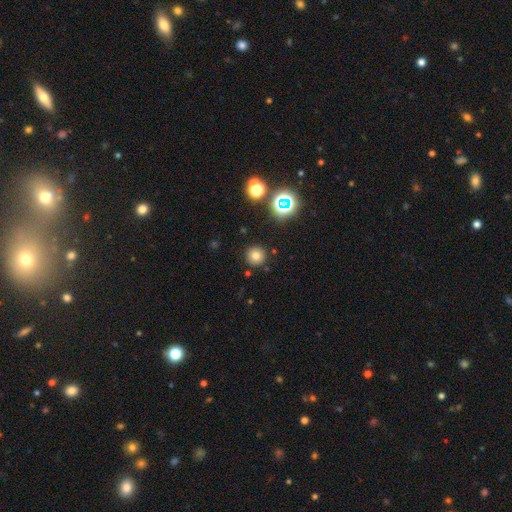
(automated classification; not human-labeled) This is likely a smooth galaxy (73%). How rounded: clearly round (95%). Merging: clearly none (89%).